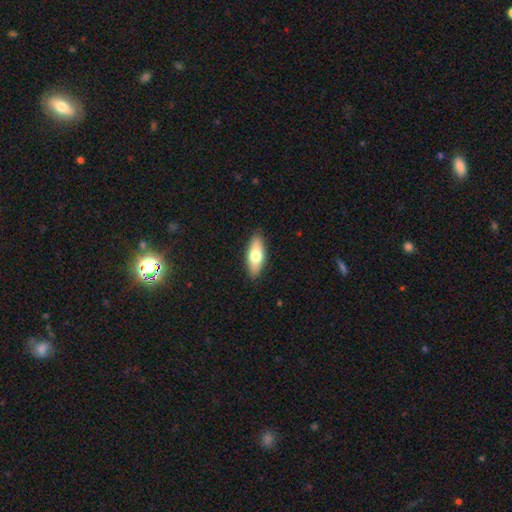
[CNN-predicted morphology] smooth 67%, featured or disk 27%, star or artifact 6%. Down the decision tree: how rounded — in between (73%); merging — none (88%).